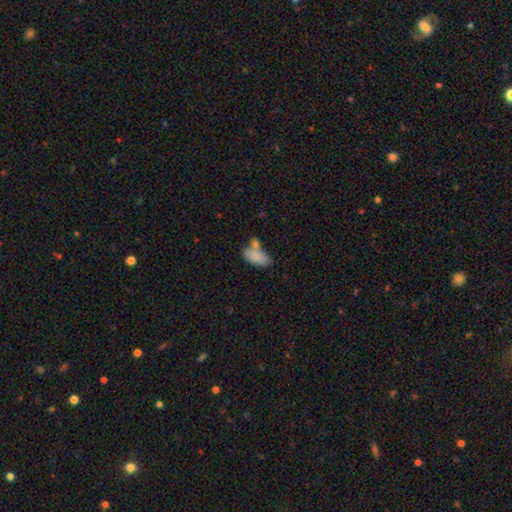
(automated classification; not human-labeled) The model was most divided on "merging": none: 41%, merger: 34%, minor disturbance: 18%, major disturbance: 8%. More confident: how rounded — in between (90%); smooth or featured — smooth (82%).